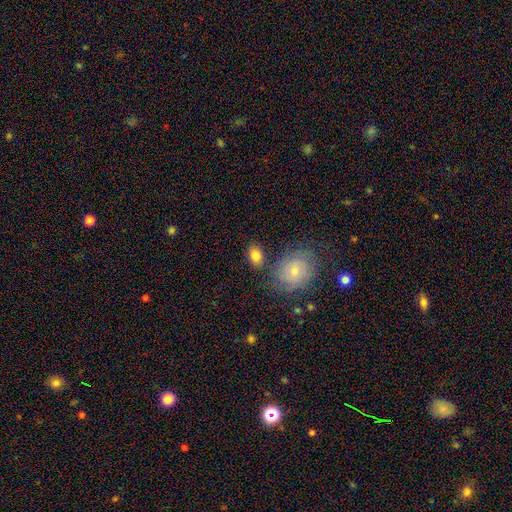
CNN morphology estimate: Smooth or featured? smooth (83%)
How rounded? in between (71%)
Merging? none (75%)